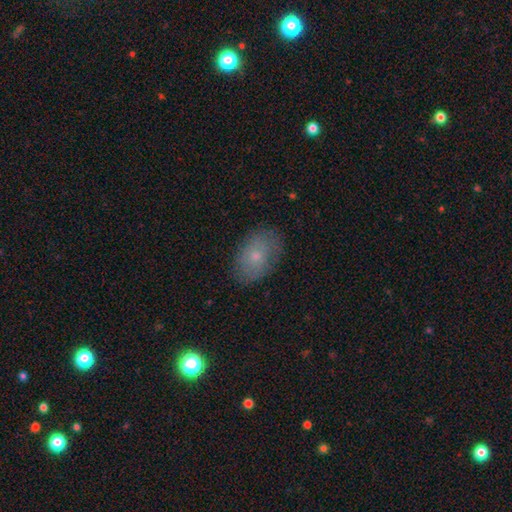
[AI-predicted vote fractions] Q: Smooth or featured?
A: smooth (67%); runner-up: featured or disk (24%)
Q: How rounded?
A: in between (85%); runner-up: round (14%)
Q: Merging?
A: none (80%); runner-up: minor disturbance (15%)